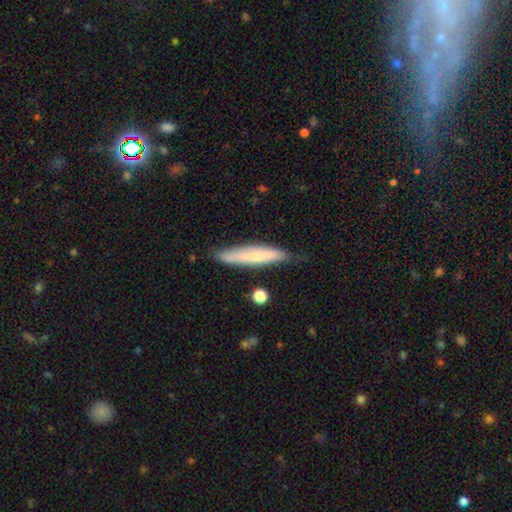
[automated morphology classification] Smooth or featured? Predicted: smooth (p=0.56). How rounded? Predicted: cigar-shaped (p=0.87). Merging? Predicted: none (p=0.72).